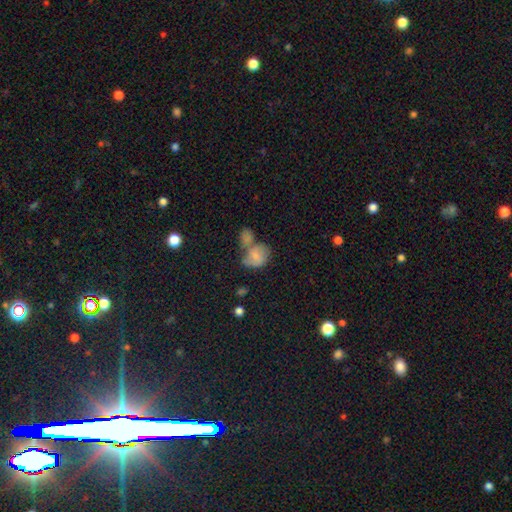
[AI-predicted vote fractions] This appears to be a smooth galaxy with no disk features (69%) that is in between round and cigar-shaped (60%). Merging: merger (52%).